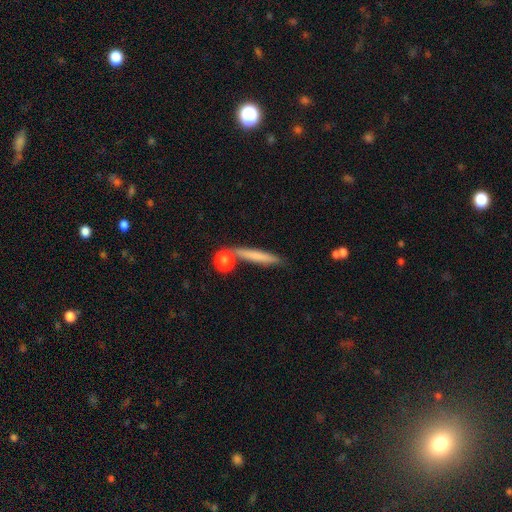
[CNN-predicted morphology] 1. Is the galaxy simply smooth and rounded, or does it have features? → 70% smooth, 23% featured or disk, 7% star or artifact.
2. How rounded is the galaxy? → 90% cigar-shaped, 7% in between, 3% round.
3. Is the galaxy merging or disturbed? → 77% none, 11% minor disturbance, 8% merger, 3% major disturbance.